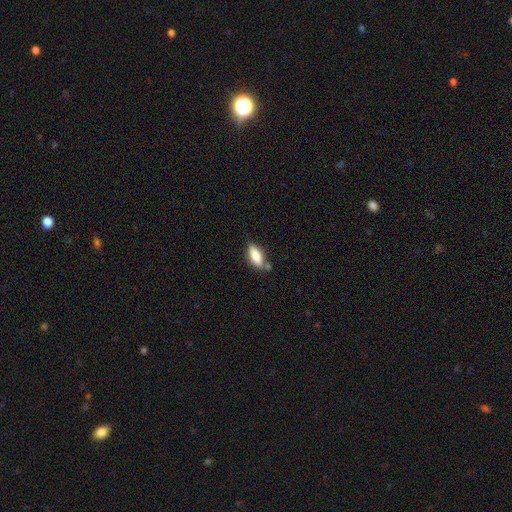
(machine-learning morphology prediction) Smooth or featured?
  - smooth: 78% *
  - featured or disk: 15%
  - star or artifact: 7%
How rounded?
  - in between: 78% *
  - cigar-shaped: 20%
  - round: 3%
Merging?
  - none: 61% *
  - minor disturbance: 23%
  - merger: 11%
  - major disturbance: 5%